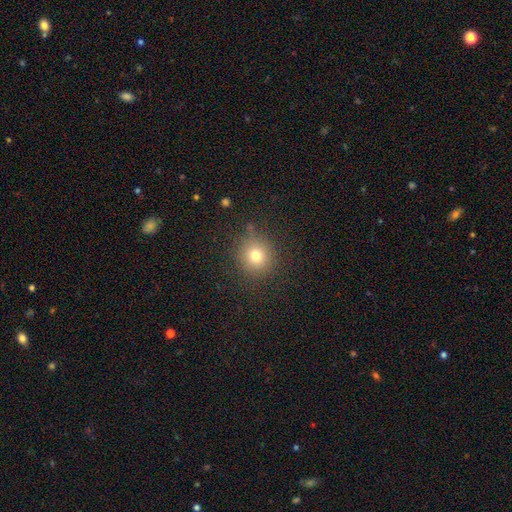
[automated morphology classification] The model was most divided on "smooth or featured": smooth: 75%, star or artifact: 16%, featured or disk: 9%. More confident: how rounded — round (92%); merging — none (87%).